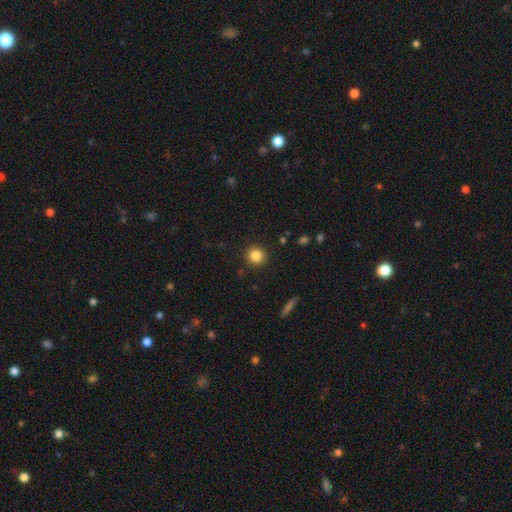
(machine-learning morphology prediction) smooth 84%, star or artifact 10%, featured or disk 5%. Down the decision tree: how rounded — round (93%); merging — none (91%).